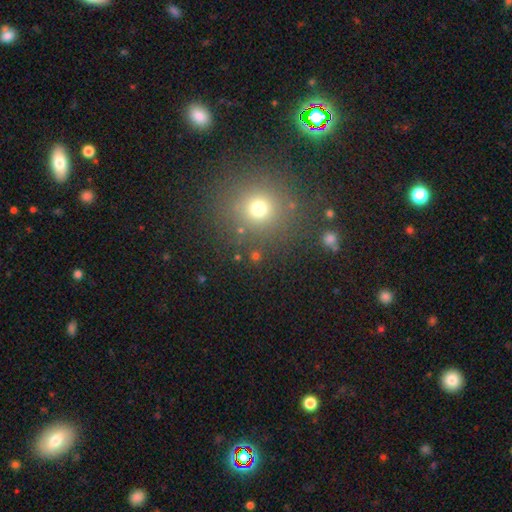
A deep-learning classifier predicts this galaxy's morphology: type=smooth (65%); roundness=round (89%); merging=none (85%).